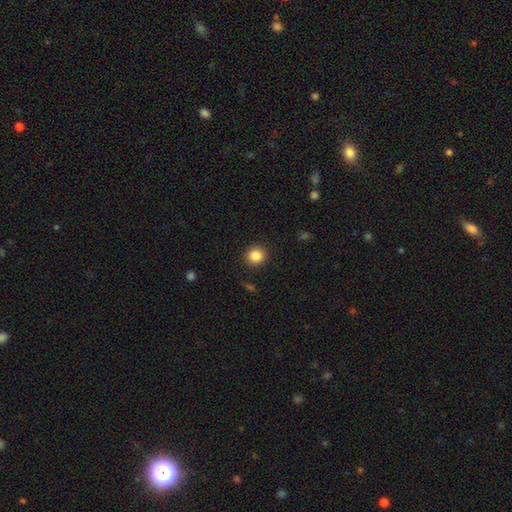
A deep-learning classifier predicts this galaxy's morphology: This appears to be a smooth galaxy with no disk features (86%) that is round (90%). Merging: none (90%).